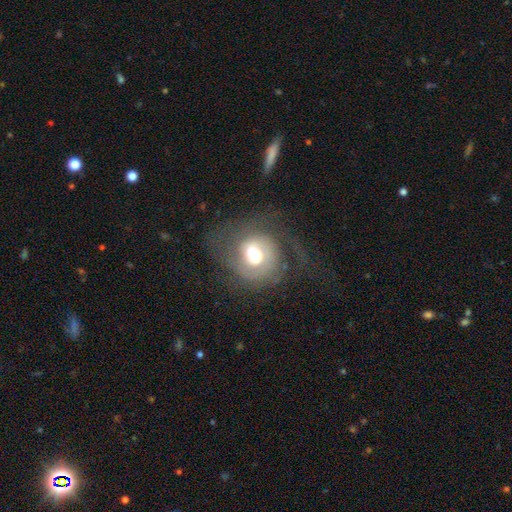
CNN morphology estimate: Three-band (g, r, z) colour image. It shows a featured or disk galaxy (61%) with no bar (63%), spiral arms (70%) and a moderate central bulge (62%). Merging: none (40%).